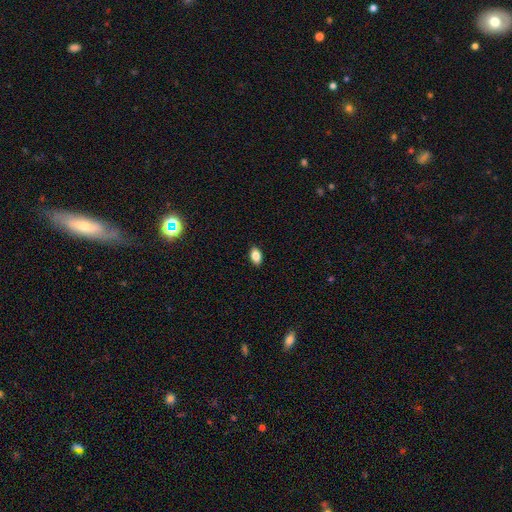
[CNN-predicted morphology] Q: Smooth or featured?
A: smooth (86%); runner-up: star or artifact (8%)
Q: How rounded?
A: in between (90%); runner-up: round (8%)
Q: Merging?
A: none (89%); runner-up: minor disturbance (8%)